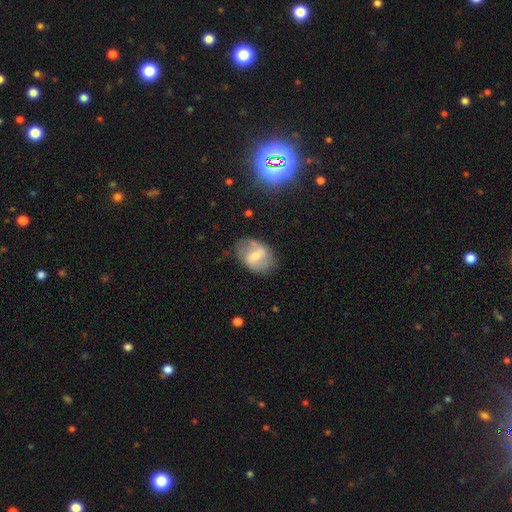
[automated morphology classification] The model was most divided on "bulge size": small: 47%, moderate: 43%, none: 6%, large: 3%, dominant: 1%. Remaining: edge-on disk — no (96%); spiral arms — yes (72%); merging — none (67%); smooth or featured — featured or disk (58%); bar — weak (49%).